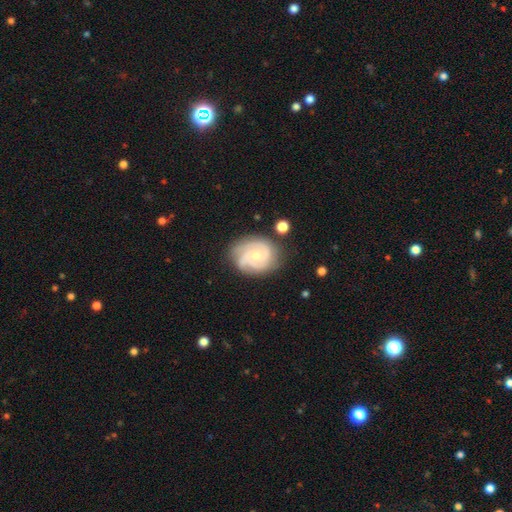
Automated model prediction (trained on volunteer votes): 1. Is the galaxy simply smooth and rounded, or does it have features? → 80% featured or disk, 14% smooth, 6% star or artifact.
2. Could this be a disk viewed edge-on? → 98% no, 2% yes.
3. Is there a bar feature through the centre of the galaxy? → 71% no, 26% weak, 3% strong.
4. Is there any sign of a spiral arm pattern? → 96% yes, 4% no.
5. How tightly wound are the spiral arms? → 61% tight, 32% medium, 7% loose.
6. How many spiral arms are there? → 43% 3, 23% 2, 18% can't tell, 8% 4, 4% 1, 4% more than 4.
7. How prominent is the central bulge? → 58% small, 37% moderate, 2% none, 2% large, 1% dominant.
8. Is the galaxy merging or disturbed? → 72% none, 19% minor disturbance, 6% major disturbance, 3% merger.